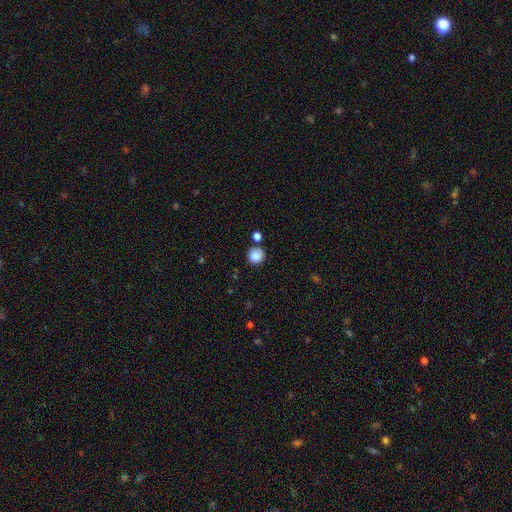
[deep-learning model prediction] Smooth or featured? smooth (86%)
How rounded? round (92%)
Merging? none (76%)